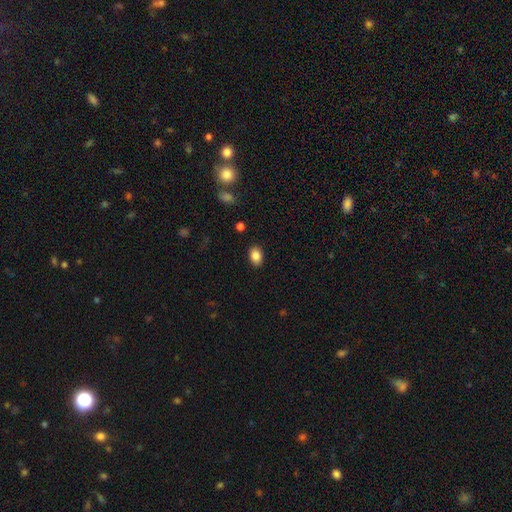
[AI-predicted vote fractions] A smooth galaxy with no disk features (86%) that is in between round and cigar-shaped (83%). Merging: none (88%).